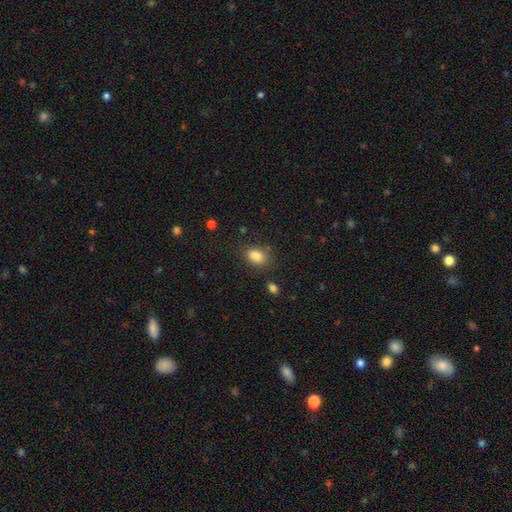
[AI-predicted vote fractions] smooth-or-featured: smooth: 84% | star or artifact: 10% | featured or disk: 6%
  how-rounded: in between: 76% | round: 23% | cigar-shaped: 2%
  merging: none: 71% | minor disturbance: 17% | merger: 7% | major disturbance: 5%